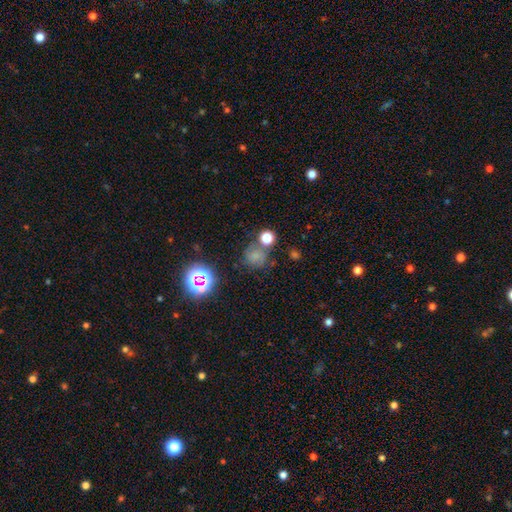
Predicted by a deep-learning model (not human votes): smooth 62%, star or artifact 23%, featured or disk 15%. Down the decision tree: how rounded — round (84%); merging — none (60%).